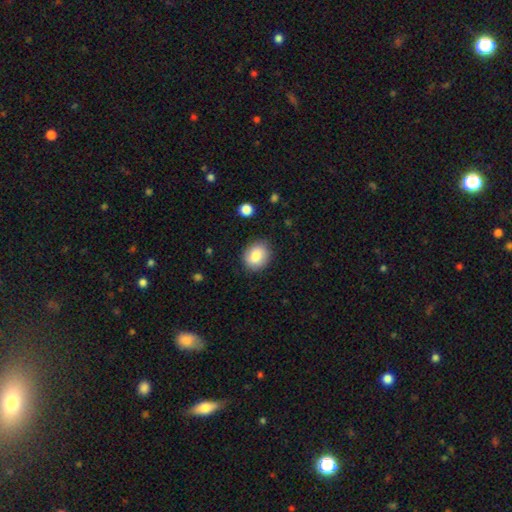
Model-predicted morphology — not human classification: The model was most divided on "how rounded": round: 53%, in between: 46%, cigar-shaped: 1%. More confident: merging — none (85%); smooth or featured — smooth (83%).